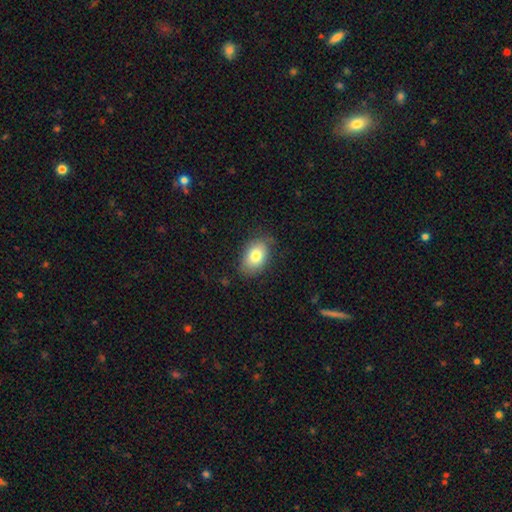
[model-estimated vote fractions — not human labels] Q: Smooth or featured?
A: smooth (80%); runner-up: featured or disk (13%)
Q: How rounded?
A: in between (86%); runner-up: round (13%)
Q: Merging?
A: none (79%); runner-up: minor disturbance (17%)